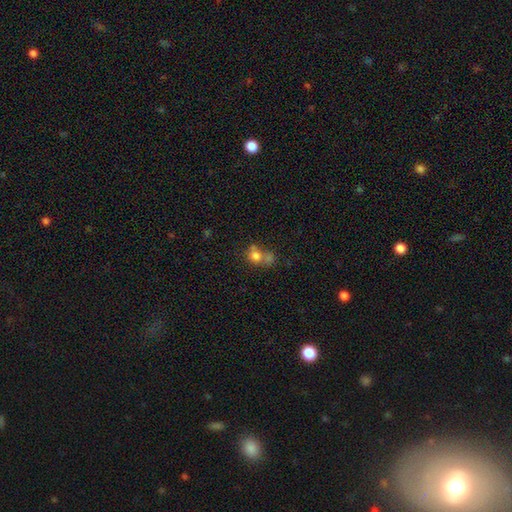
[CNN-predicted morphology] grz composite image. It shows a smooth galaxy with no disk features (74%) that is round (74%). Merging: merger (51%).